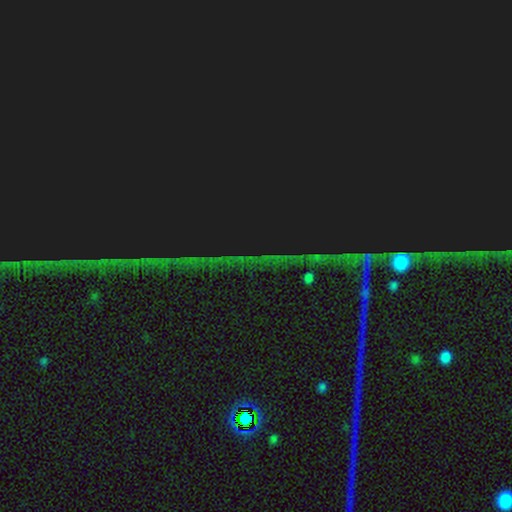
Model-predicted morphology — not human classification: star or artifact 84%, featured or disk 8%, smooth 8%.